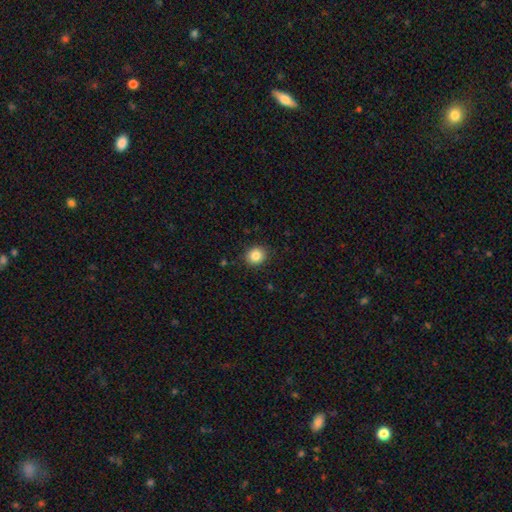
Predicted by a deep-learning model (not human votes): Smooth or featured: smooth — 85% (star or artifact — 10%)
How rounded: round — 81% (in between — 18%)
Merging: none — 89% (minor disturbance — 7%)